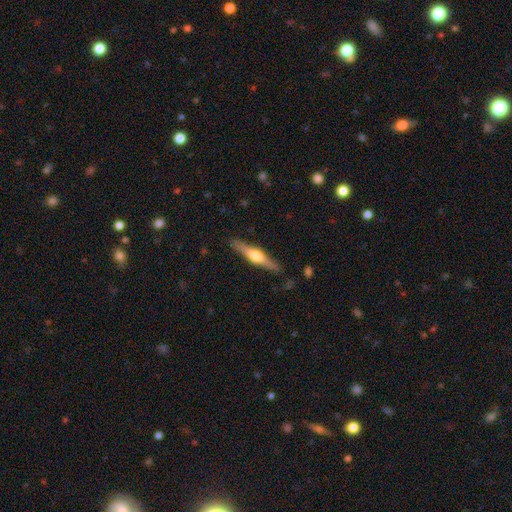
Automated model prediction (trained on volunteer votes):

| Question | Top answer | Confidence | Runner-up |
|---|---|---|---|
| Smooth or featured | featured or disk | 69% | smooth (26%) |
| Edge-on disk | yes | 97% | no (3%) |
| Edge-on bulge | rounded | 93% | boxy (5%) |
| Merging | none | 89% | minor disturbance (8%) |